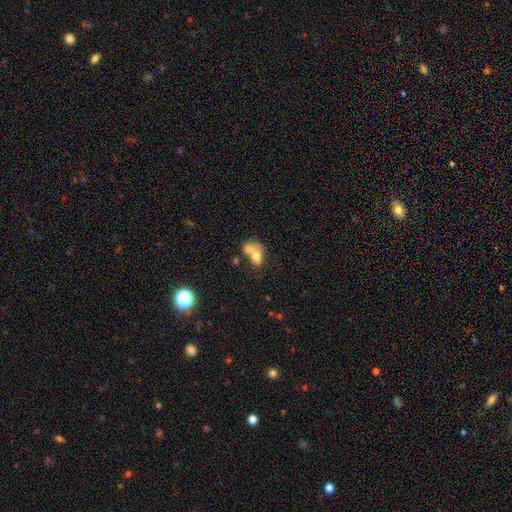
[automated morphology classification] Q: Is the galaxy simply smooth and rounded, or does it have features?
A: smooth — 62%.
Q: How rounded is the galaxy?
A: in between — 72%.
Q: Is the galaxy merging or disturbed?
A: merger — 59%.